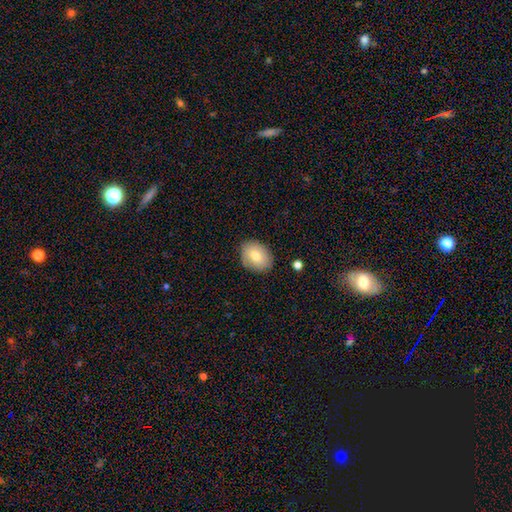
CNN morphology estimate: This appears to be a smooth galaxy with no disk features (75%) that is in between round and cigar-shaped (63%). Merging: none (84%).